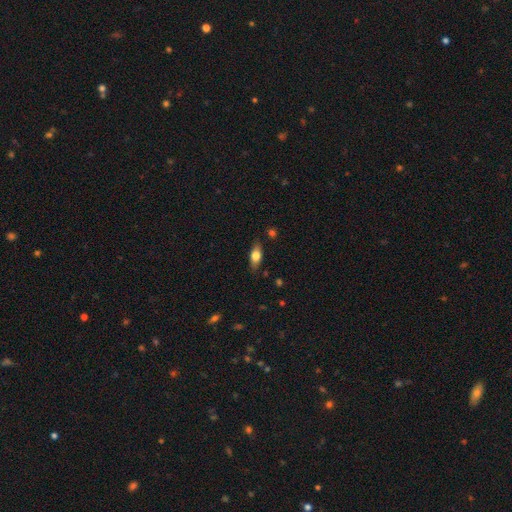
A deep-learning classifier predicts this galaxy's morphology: This appears to be a smooth galaxy with no disk features (67%) that is in between round and cigar-shaped (75%). Merging: none (82%).